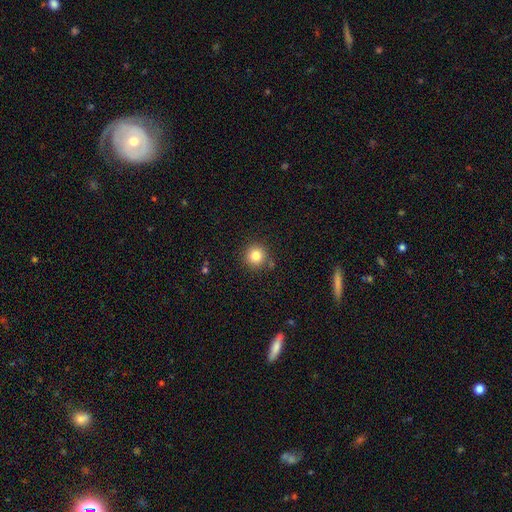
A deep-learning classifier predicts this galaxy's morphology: This appears to be a smooth galaxy with no disk features (82%) that is round (95%). Merging: none (85%).